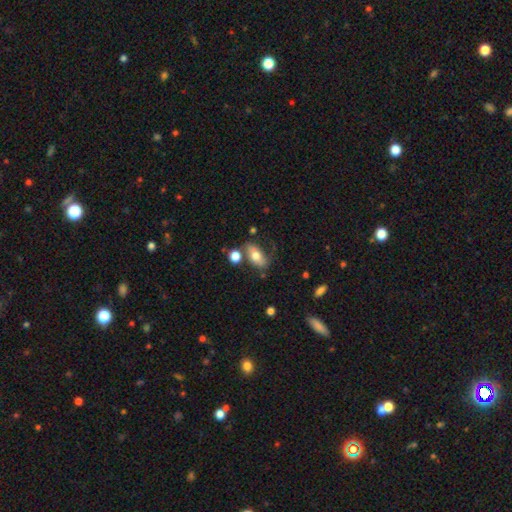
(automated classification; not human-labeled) smooth 66%, featured or disk 26%, star or artifact 8%. Down the decision tree: how rounded — in between (85%); merging — none (56%).